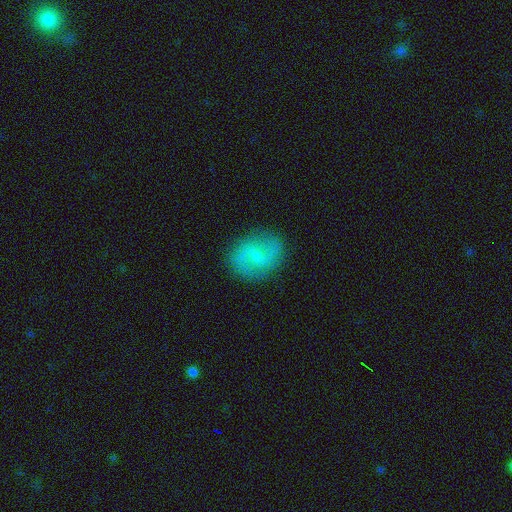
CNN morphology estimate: featured or disk 59%, smooth 33%, star or artifact 8%. Down the decision tree: edge-on disk — no (98%); bar — weak (54%); spiral arms — yes (89%); spiral arm count — 2 (88%); spiral winding — medium (43%, tied with loose); bulge size — small (54%); merging — none (81%).